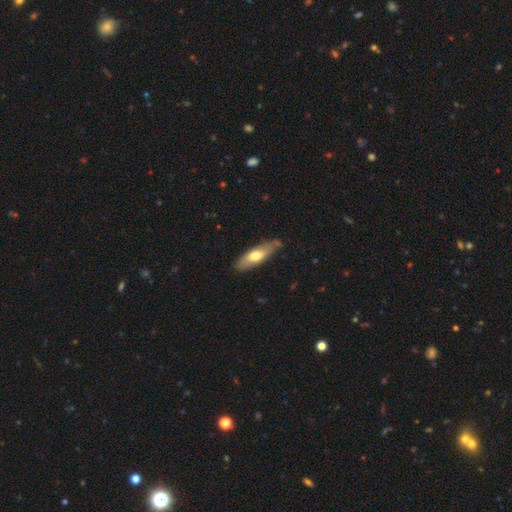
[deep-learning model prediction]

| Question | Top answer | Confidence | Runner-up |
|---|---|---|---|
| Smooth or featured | smooth | 61% | featured or disk (33%) |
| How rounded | in between | 51% | cigar-shaped (47%) |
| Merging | none | 78% | minor disturbance (16%) |